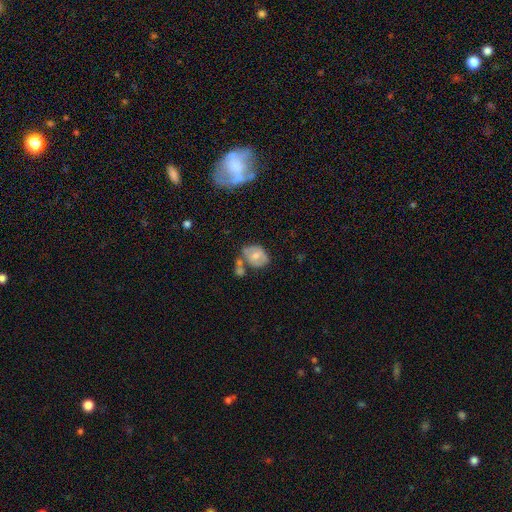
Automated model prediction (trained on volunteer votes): This appears to be a smooth galaxy with no disk features (55%) that is in between round and cigar-shaped (57%). Merging: none (42%).